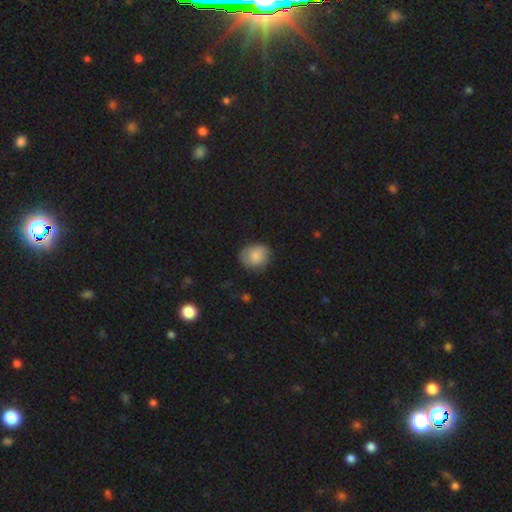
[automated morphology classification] Smooth or featured? Predicted: smooth (p=0.82). How rounded? Predicted: round (p=0.63). Merging? Predicted: none (p=0.73).